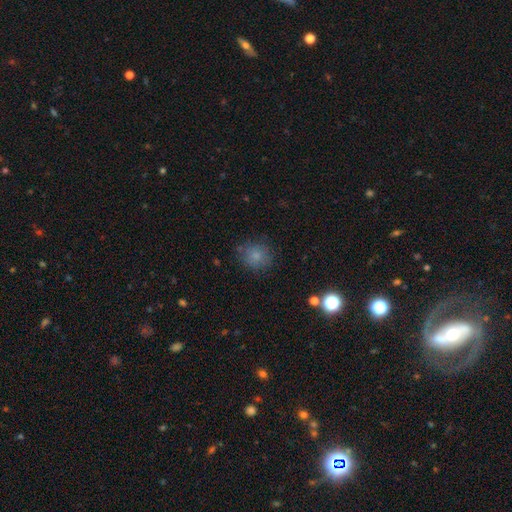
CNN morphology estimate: This is clearly a smooth galaxy (81%). How rounded: clearly round (86%). Merging: clearly none (82%).